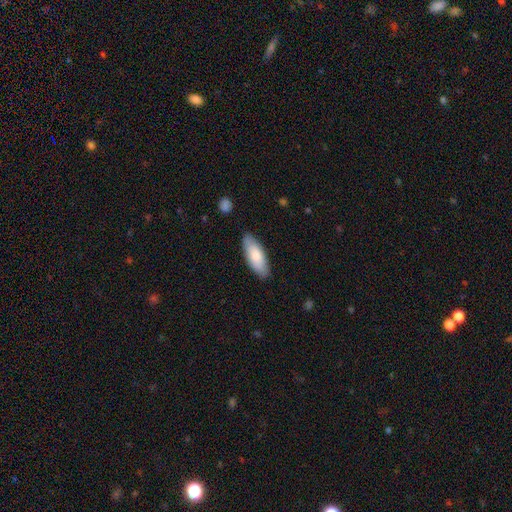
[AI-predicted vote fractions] Smooth or featured: smooth — 82% (featured or disk — 13%)
How rounded: in between — 75% (cigar-shaped — 23%)
Merging: none — 85% (minor disturbance — 12%)